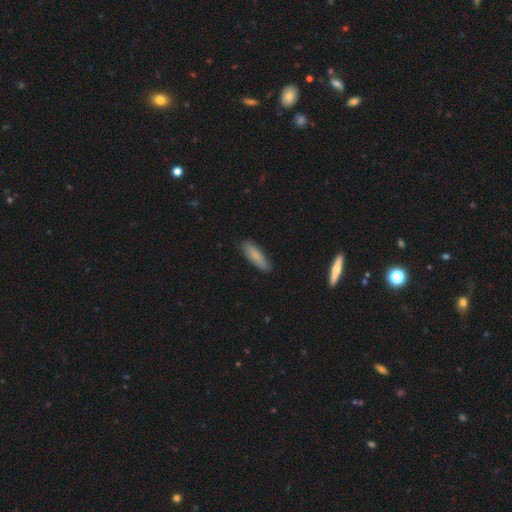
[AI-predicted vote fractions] A smooth galaxy with no disk features (80%) that is cigar-shaped (56%).

Vote fractions:
- Smooth or featured? smooth: 80% / featured or disk: 14% / star or artifact: 6%
- How rounded? cigar-shaped: 56% / in between: 42% / round: 2%
- Merging? none: 82% / minor disturbance: 15% / major disturbance: 2% / merger: 1%